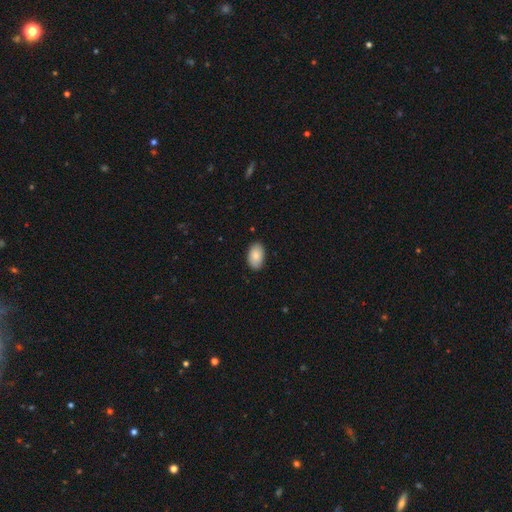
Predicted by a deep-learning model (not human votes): smooth-or-featured: smooth: 87% | featured or disk: 7% | star or artifact: 6%
  how-rounded: in between: 94% | round: 5% | cigar-shaped: 1%
  merging: none: 87% | minor disturbance: 10% | major disturbance: 2% | merger: 1%